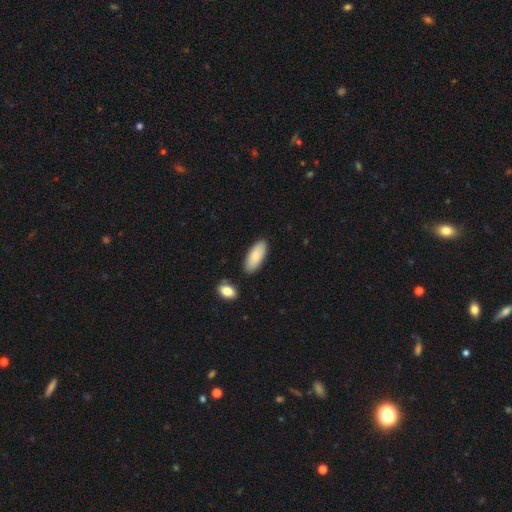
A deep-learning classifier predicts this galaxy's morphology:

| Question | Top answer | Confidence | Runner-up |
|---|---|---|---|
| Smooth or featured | smooth | 84% | featured or disk (10%) |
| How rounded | in between | 85% | cigar-shaped (13%) |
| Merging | none | 84% | minor disturbance (10%) |